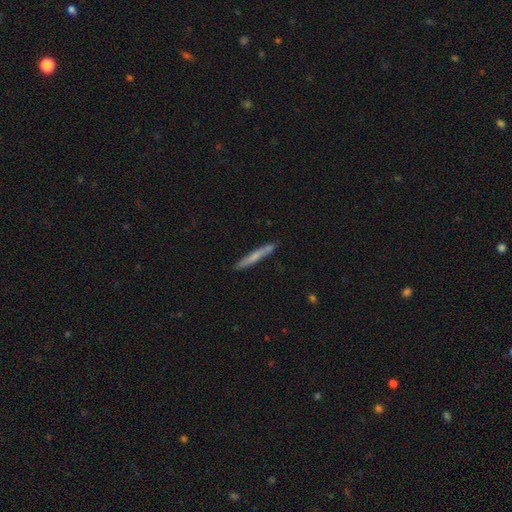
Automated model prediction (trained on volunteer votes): The model was most divided on "smooth or featured": smooth: 59%, featured or disk: 34%, star or artifact: 6%. More confident: how rounded — cigar-shaped (96%); merging — none (83%).